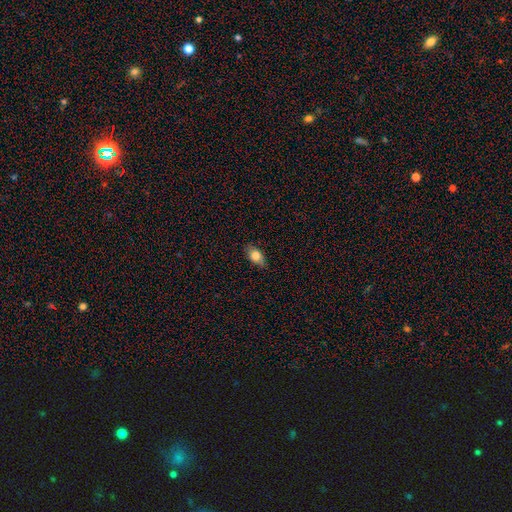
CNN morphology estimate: The model was most divided on "smooth or featured": smooth: 78%, featured or disk: 14%, star or artifact: 8%. More confident: how rounded — in between (85%); merging — none (82%).